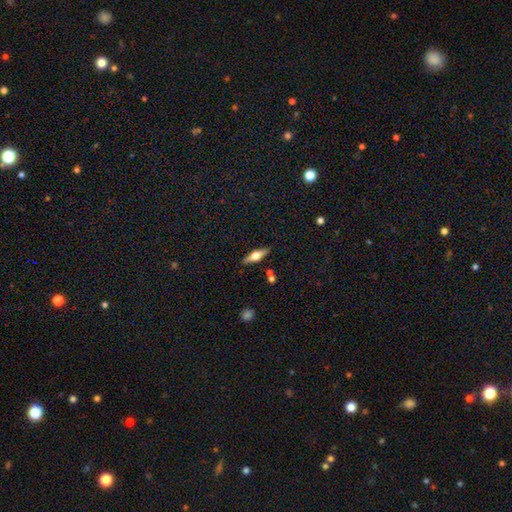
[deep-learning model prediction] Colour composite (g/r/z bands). It shows a featured or disk galaxy (62%) viewed edge-on (95%) with a rounded central bulge (94%). Merging: none (87%).